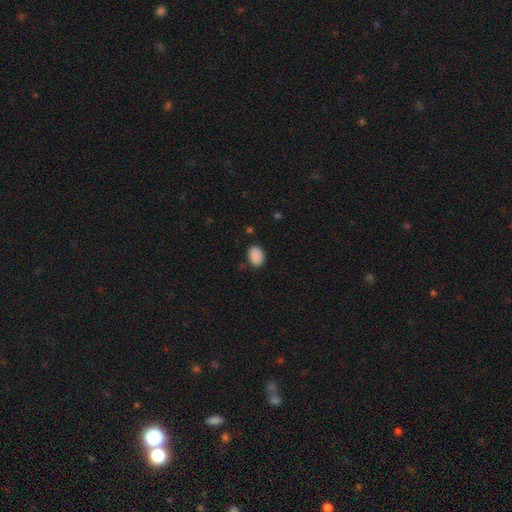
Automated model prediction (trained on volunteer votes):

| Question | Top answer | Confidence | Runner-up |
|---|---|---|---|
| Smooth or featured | smooth | 89% | star or artifact (8%) |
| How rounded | in between | 81% | round (18%) |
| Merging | none | 81% | minor disturbance (14%) |